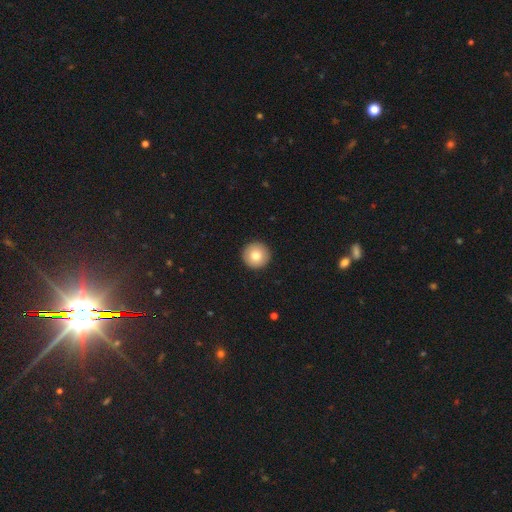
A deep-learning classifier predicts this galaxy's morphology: Smooth or featured: smooth — 79% (featured or disk — 13%)
How rounded: round — 97% (in between — 2%)
Merging: none — 94% (minor disturbance — 4%)